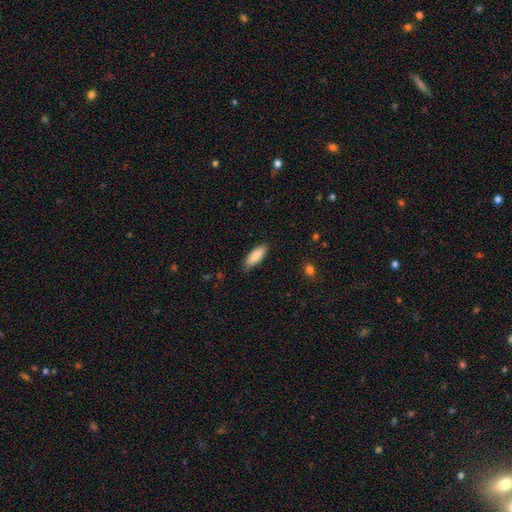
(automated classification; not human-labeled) smooth-or-featured: smooth: 87% | featured or disk: 7% | star or artifact: 6%
  how-rounded: in between: 67% | cigar-shaped: 32% | round: 2%
  merging: none: 85% | minor disturbance: 11% | major disturbance: 2% | merger: 1%